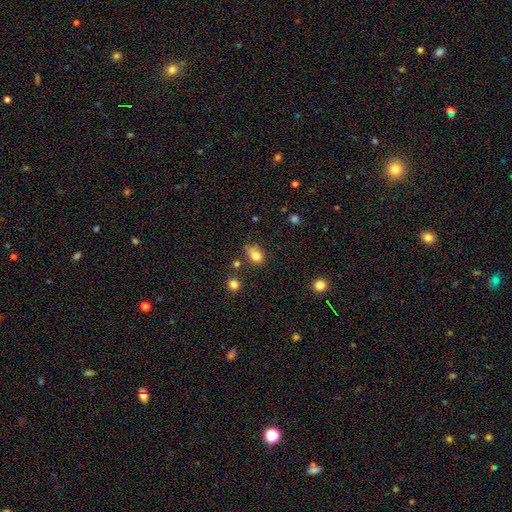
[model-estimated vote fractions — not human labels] Morphology: type=smooth (79%); roundness=in between (58%); merging=none (47%).